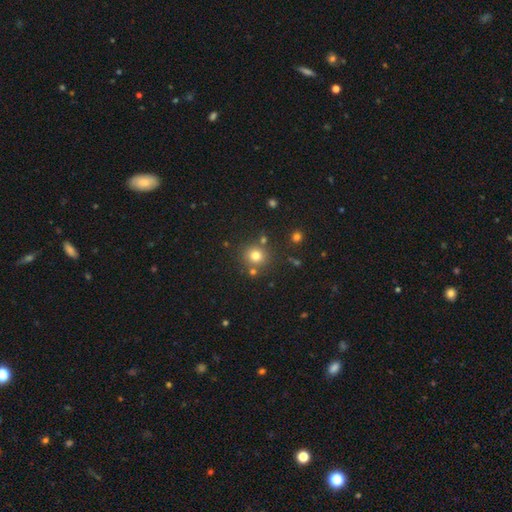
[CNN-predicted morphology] smooth-or-featured: smooth: 77% | star or artifact: 16% | featured or disk: 7%
  how-rounded: round: 90% | in between: 9% | cigar-shaped: 1%
  merging: none: 80% | merger: 9% | minor disturbance: 8% | major disturbance: 3%